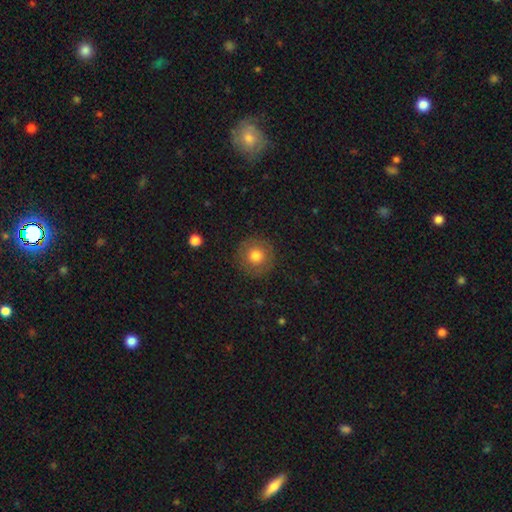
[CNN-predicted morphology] Smooth or featured? smooth (75%)
How rounded? round (95%)
Merging? none (88%)